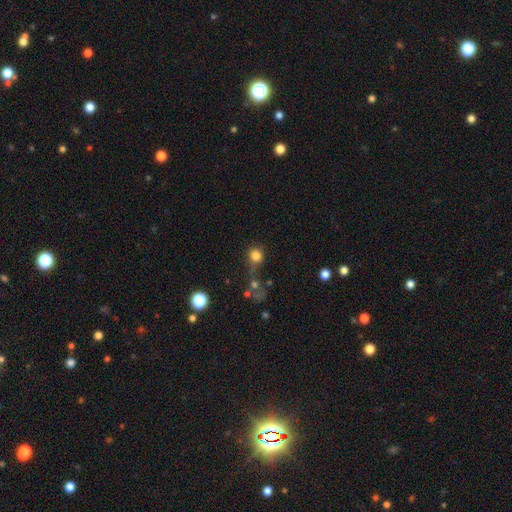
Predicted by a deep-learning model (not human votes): The model was most divided on "merging": none: 43%, merger: 25%, major disturbance: 18%, minor disturbance: 14%. More confident: how rounded — round (88%); smooth or featured — smooth (77%).